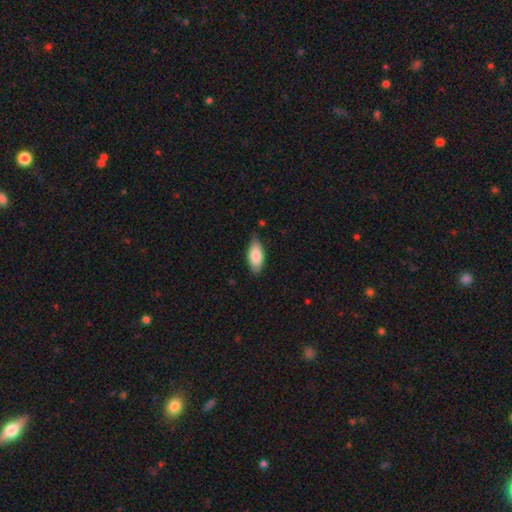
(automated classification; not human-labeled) Q: Smooth or featured?
A: smooth (82%); runner-up: featured or disk (11%)
Q: How rounded?
A: in between (87%); runner-up: cigar-shaped (11%)
Q: Merging?
A: none (75%); runner-up: minor disturbance (21%)